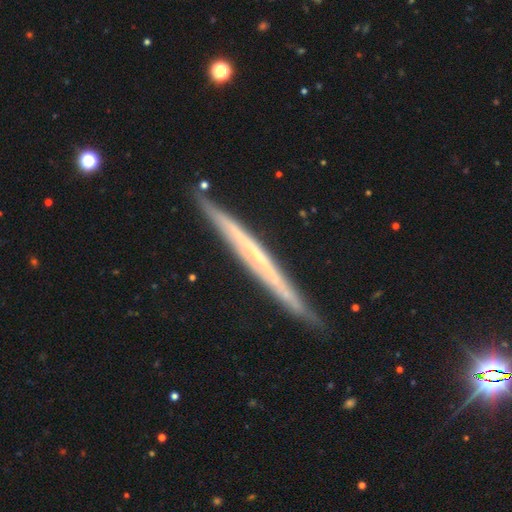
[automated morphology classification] Q: Smooth or featured?
A: featured or disk (70%); runner-up: smooth (24%)
Q: Edge-on disk?
A: yes (96%); runner-up: no (4%)
Q: Edge-on bulge?
A: none (84%); runner-up: rounded (12%)
Q: Merging?
A: none (87%); runner-up: minor disturbance (10%)